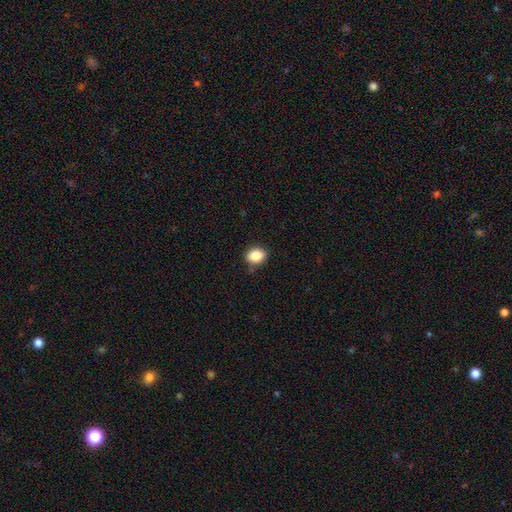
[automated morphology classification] Smooth or featured: smooth — 87% (star or artifact — 9%)
How rounded: in between — 60% (round — 38%)
Merging: none — 84% (minor disturbance — 12%)